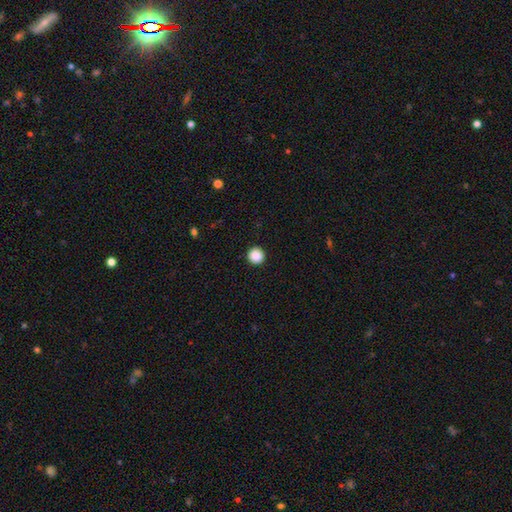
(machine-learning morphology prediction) Overall: smooth (88%). How rounded: round (95%). Merging: none (93%).